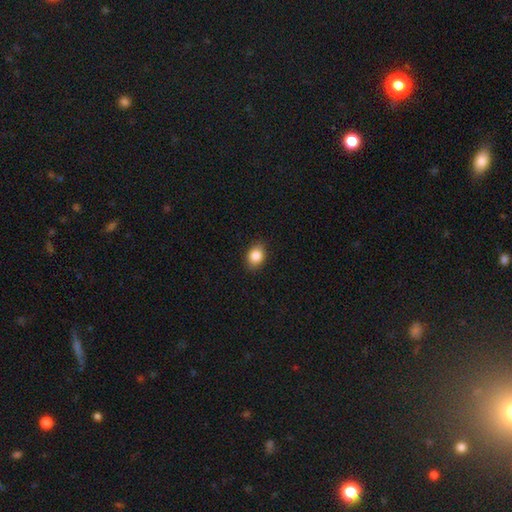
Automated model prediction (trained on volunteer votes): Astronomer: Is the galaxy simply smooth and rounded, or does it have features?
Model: smooth — 86%.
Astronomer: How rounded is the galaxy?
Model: in between — 64%.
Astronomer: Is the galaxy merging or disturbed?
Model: none — 87%.